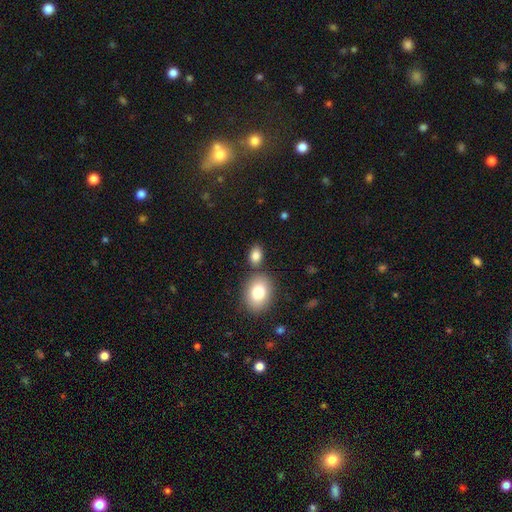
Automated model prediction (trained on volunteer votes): This appears to be a smooth galaxy with no disk features (83%) that is in between round and cigar-shaped (79%). Merging: none (72%).